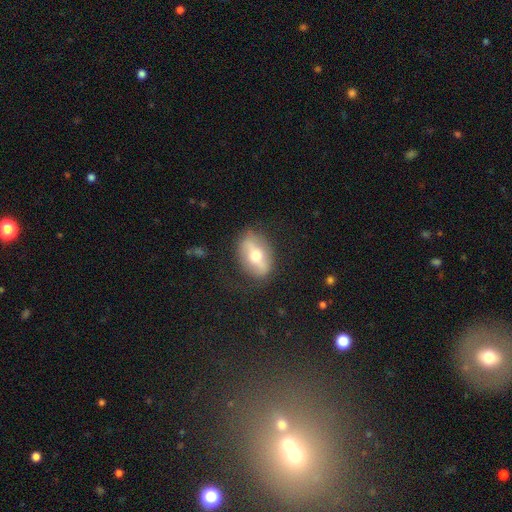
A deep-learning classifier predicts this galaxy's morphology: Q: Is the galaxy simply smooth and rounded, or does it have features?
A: featured or disk — 50%.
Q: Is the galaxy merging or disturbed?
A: none — 81%.